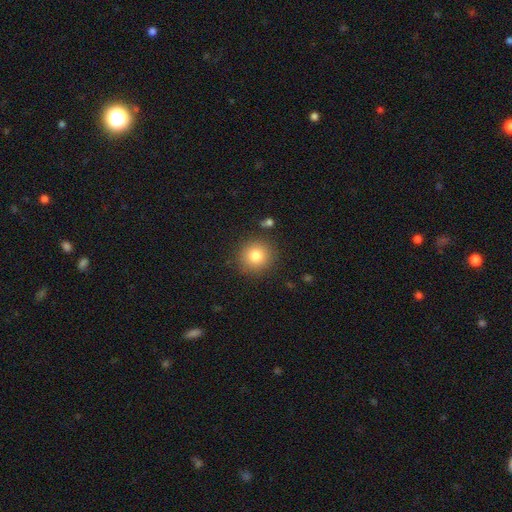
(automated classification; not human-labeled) Overall: smooth (81%). How rounded: round (92%). Merging: none (87%).